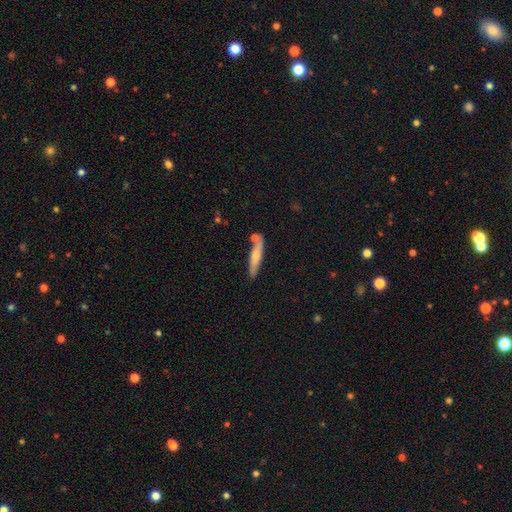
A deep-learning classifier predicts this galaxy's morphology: This appears to be a smooth galaxy with no disk features (62%) that is cigar-shaped (87%). Merging: none (72%).